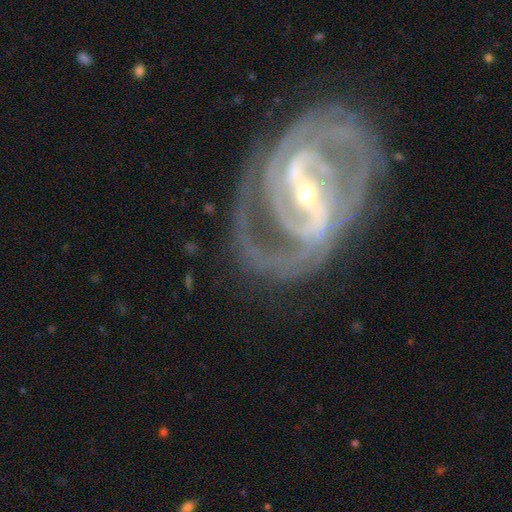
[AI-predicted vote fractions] This is clearly a featured or disk galaxy (91%). It is clearly not viewed edge-on (96%). Bar: likely strong (71%). Spiral arm pattern: clearly yes (97%). Spiral arm count: possibly 2 (54%). Spiral winding: possibly tight (52%). Central bulge: likely small (67%). Merging: likely none (69%).